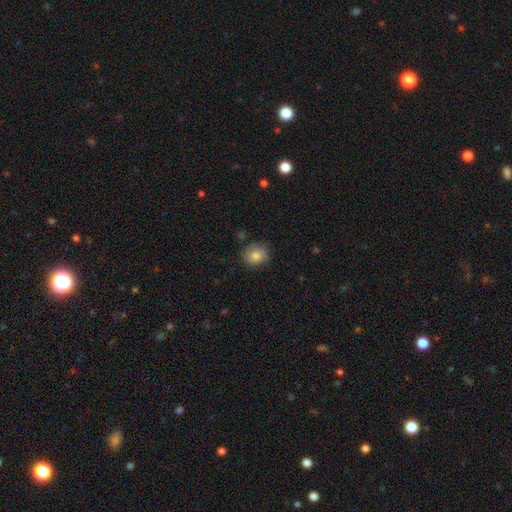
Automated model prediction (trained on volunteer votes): Smooth or featured? Predicted: smooth (p=0.83). How rounded? Predicted: round (p=0.76). Merging? Predicted: none (p=0.78).